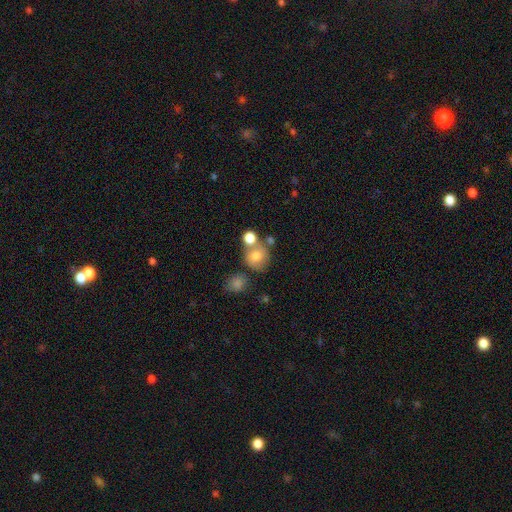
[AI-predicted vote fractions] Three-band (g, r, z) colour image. It shows a smooth galaxy with no disk features (75%) that is round (77%). Merging: none (51%).